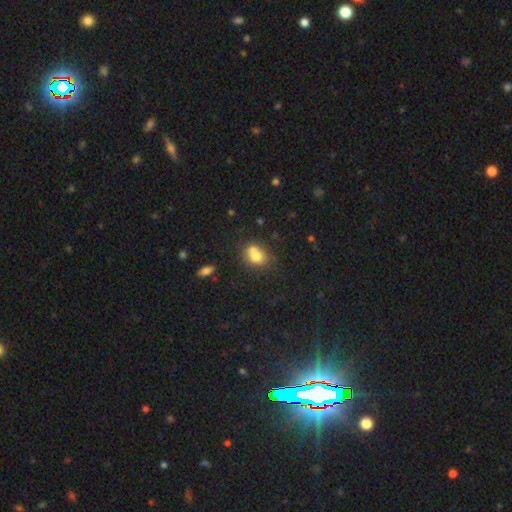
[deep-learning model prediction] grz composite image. It shows a smooth galaxy with no disk features (73%) that is round (58%). Merging: merger (46%).